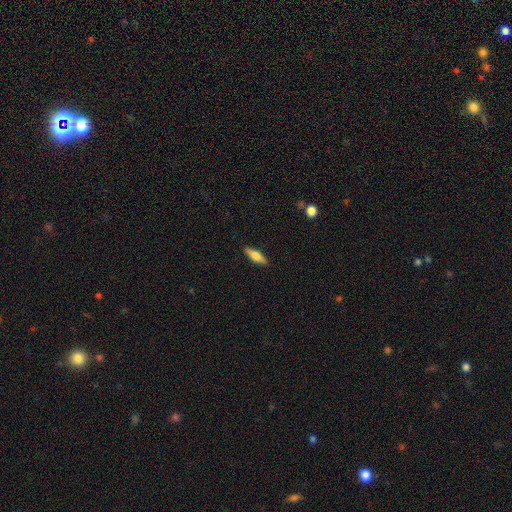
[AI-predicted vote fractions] Smooth or featured? smooth (54%)
How rounded? cigar-shaped (54%)
Merging? none (89%)